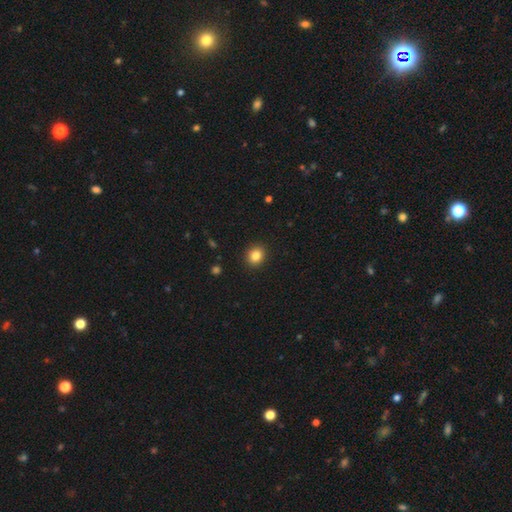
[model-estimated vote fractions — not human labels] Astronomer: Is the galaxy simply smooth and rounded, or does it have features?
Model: smooth — 85%.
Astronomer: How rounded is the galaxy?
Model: round — 70%.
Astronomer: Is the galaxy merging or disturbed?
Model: none — 91%.